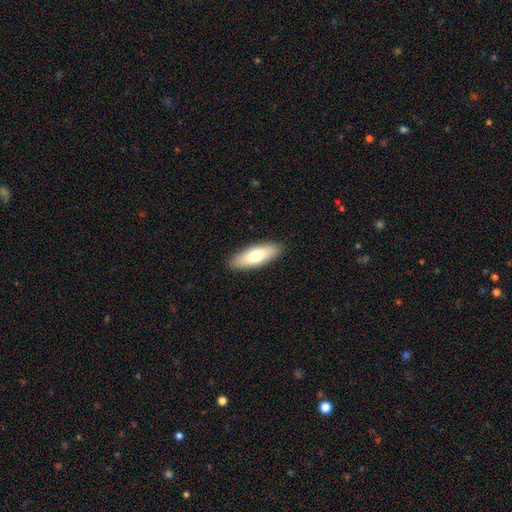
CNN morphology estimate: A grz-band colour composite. It shows a smooth galaxy with no disk features (72%) that is in between round and cigar-shaped (62%). Merging: none (90%).